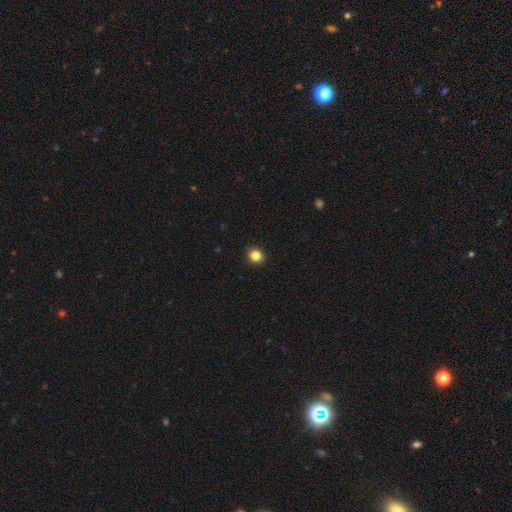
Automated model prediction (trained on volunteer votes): smooth 84%, star or artifact 12%, featured or disk 4%. Down the decision tree: how rounded — round (89%); merging — none (93%).